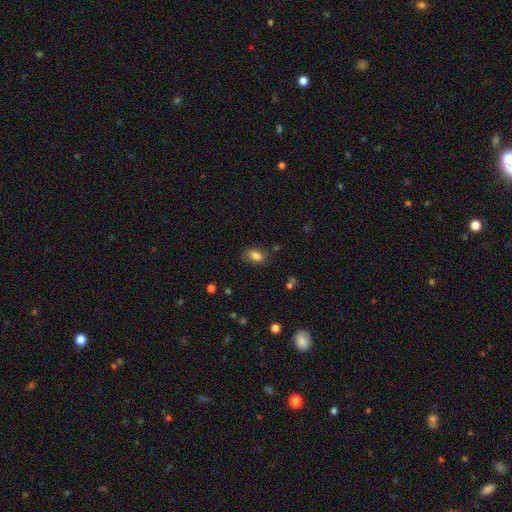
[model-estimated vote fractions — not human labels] This appears to be a smooth galaxy with no disk features (80%) that is in between round and cigar-shaped (86%). Merging: none (72%).